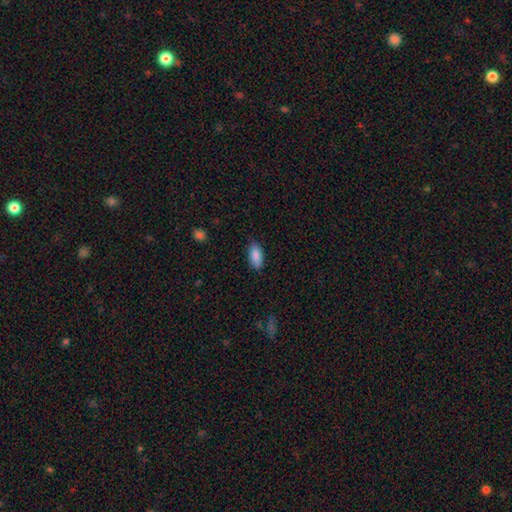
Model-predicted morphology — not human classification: A smooth galaxy with no disk features (88%) that is in between round and cigar-shaped (85%). Merging: none (83%).